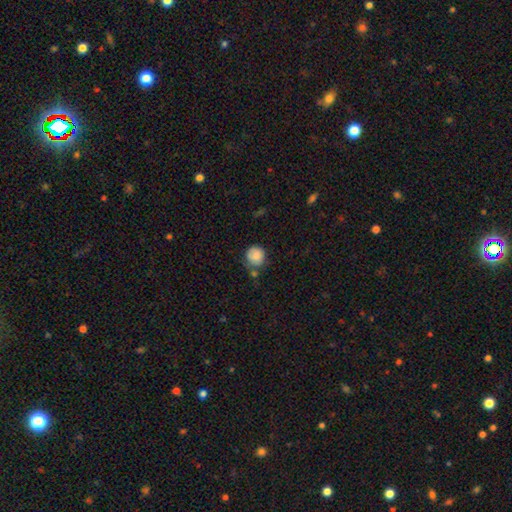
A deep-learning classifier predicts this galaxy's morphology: A smooth galaxy with no disk features (78%) that is round (85%).

Vote fractions:
- Smooth or featured? smooth: 78% / featured or disk: 14% / star or artifact: 8%
- How rounded? round: 85% / in between: 14% / cigar-shaped: 1%
- Merging? none: 55% / minor disturbance: 26% / merger: 10% / major disturbance: 8%